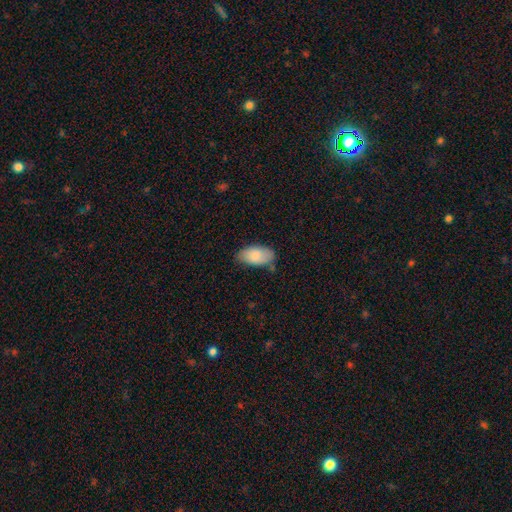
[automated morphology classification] The model was most divided on "merging": none: 72%, minor disturbance: 21%, major disturbance: 4%, merger: 3%. More confident: how rounded — in between (95%); smooth or featured — smooth (84%).